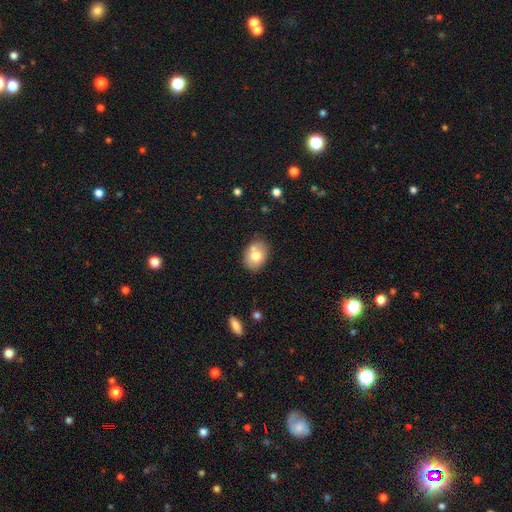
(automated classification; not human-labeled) Smooth or featured: smooth — 74% (featured or disk — 18%)
How rounded: in between — 70% (round — 29%)
Merging: none — 69% (minor disturbance — 17%)